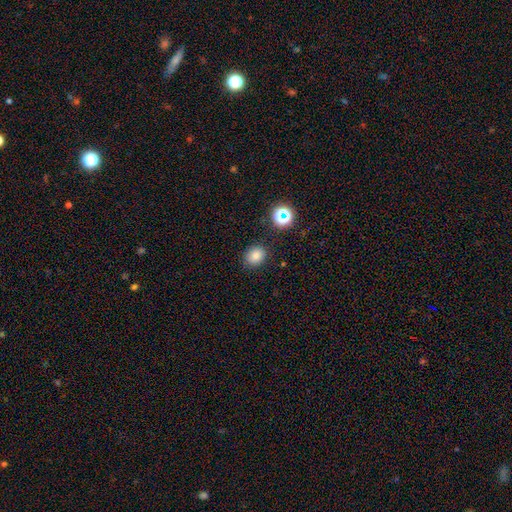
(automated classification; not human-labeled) Smooth or featured?
  - smooth: 79% *
  - star or artifact: 15%
  - featured or disk: 6%
How rounded?
  - round: 58% *
  - in between: 42%
  - cigar-shaped: 1%
Merging?
  - none: 85% *
  - minor disturbance: 10%
  - major disturbance: 3%
  - merger: 2%